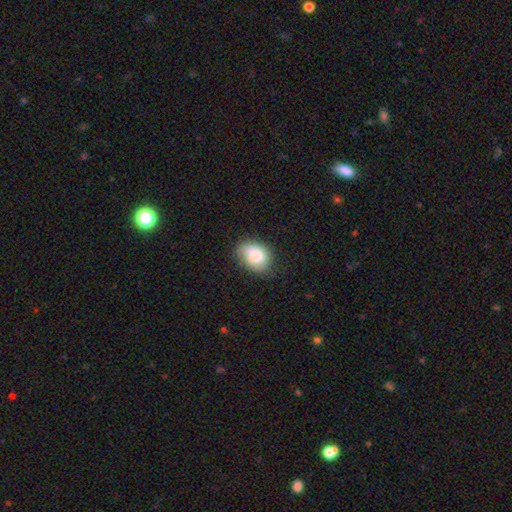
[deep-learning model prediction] Smooth or featured?
  - smooth: 72% *
  - featured or disk: 20%
  - star or artifact: 8%
How rounded?
  - in between: 68% *
  - round: 31%
  - cigar-shaped: 1%
Merging?
  - none: 59% *
  - minor disturbance: 29%
  - major disturbance: 9%
  - merger: 3%